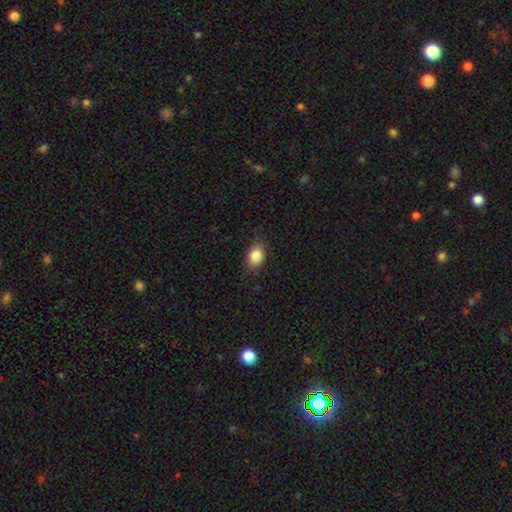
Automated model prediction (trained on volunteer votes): smooth-or-featured: smooth: 86% | star or artifact: 9% | featured or disk: 6%
  how-rounded: in between: 79% | round: 20% | cigar-shaped: 1%
  merging: none: 83% | minor disturbance: 13% | major disturbance: 3% | merger: 1%